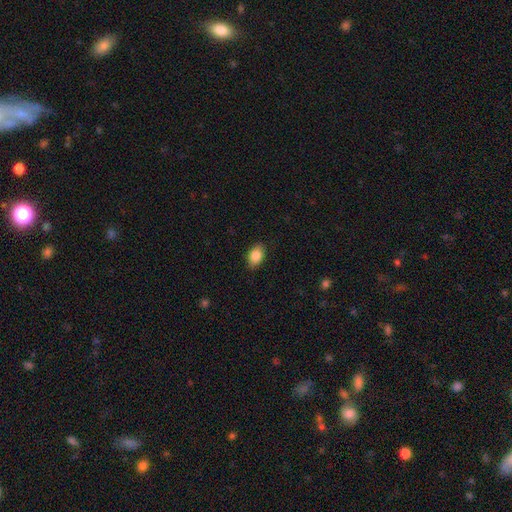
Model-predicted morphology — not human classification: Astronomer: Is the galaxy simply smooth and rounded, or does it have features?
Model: smooth — 85%.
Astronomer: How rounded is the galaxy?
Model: in between — 87%.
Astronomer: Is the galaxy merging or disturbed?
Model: none — 86%.